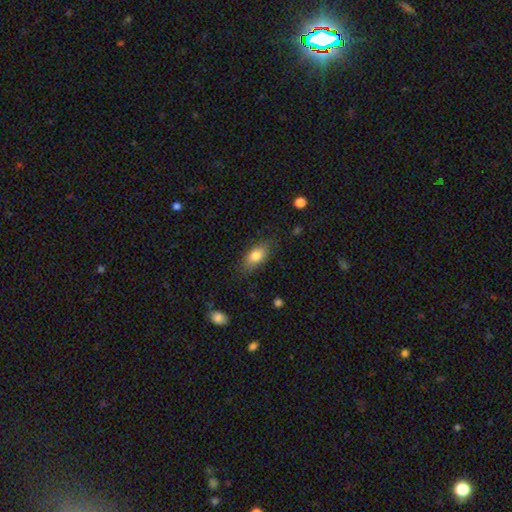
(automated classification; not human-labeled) Q: Smooth or featured?
A: smooth (80%); runner-up: featured or disk (12%)
Q: How rounded?
A: in between (86%); runner-up: cigar-shaped (7%)
Q: Merging?
A: none (80%); runner-up: minor disturbance (15%)